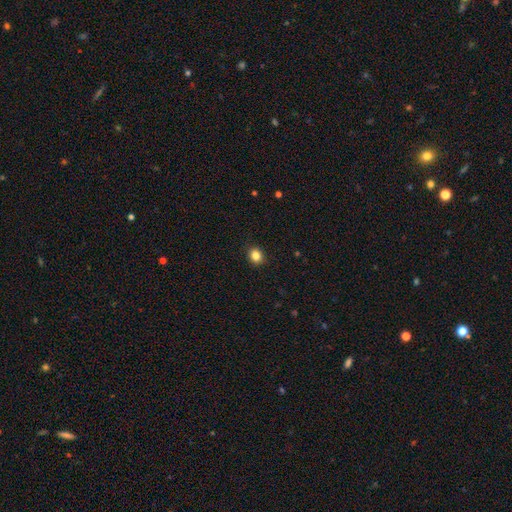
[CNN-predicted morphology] Smooth or featured? Predicted: smooth (p=0.84). How rounded? Predicted: round (p=0.72). Merging? Predicted: none (p=0.91).